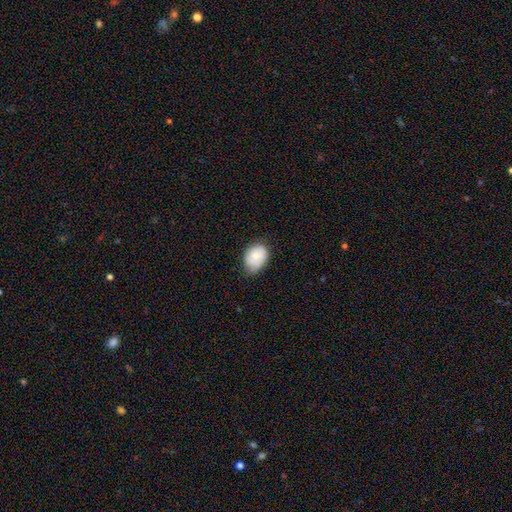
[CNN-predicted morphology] This appears to be a smooth galaxy with no disk features (72%) that is in between round and cigar-shaped (67%). Merging: none (64%).